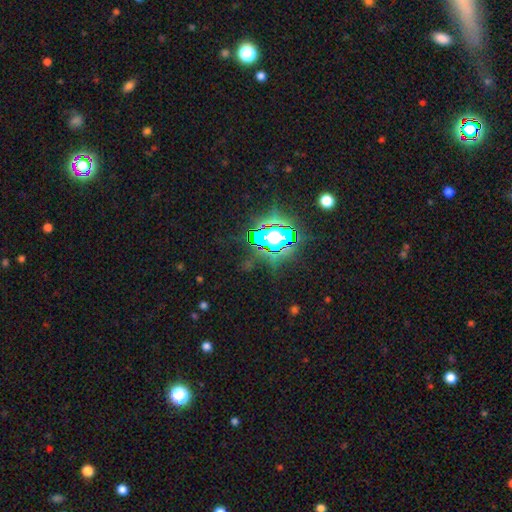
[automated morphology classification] star or artifact 81%, smooth 11%, featured or disk 8%.